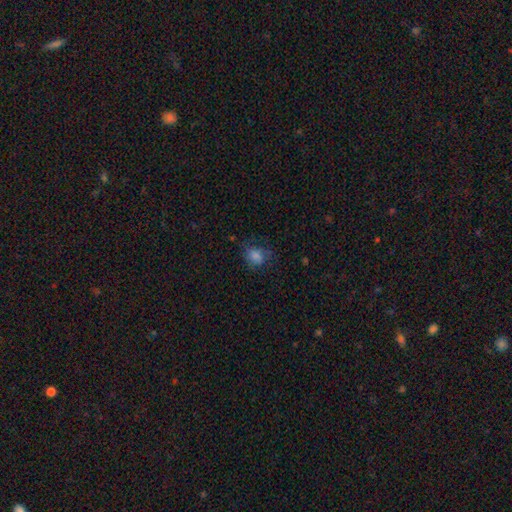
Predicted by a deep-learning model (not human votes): A smooth galaxy with no disk features (75%) that is round (50%).

Vote fractions:
- Smooth or featured? smooth: 75% / featured or disk: 13% / star or artifact: 12%
- How rounded? round: 50% / in between: 49% / cigar-shaped: 1%
- Merging? none: 59% / minor disturbance: 25% / major disturbance: 15% / merger: 2%